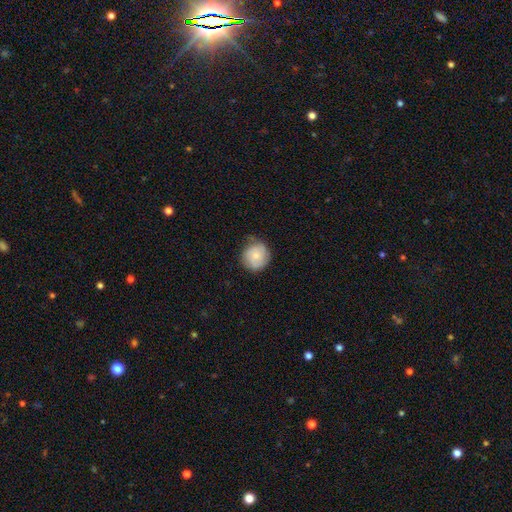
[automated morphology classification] smooth-or-featured: smooth: 70% | featured or disk: 23% | star or artifact: 7%
  how-rounded: round: 90% | in between: 9% | cigar-shaped: 1%
  merging: none: 67% | minor disturbance: 26% | major disturbance: 5% | merger: 2%